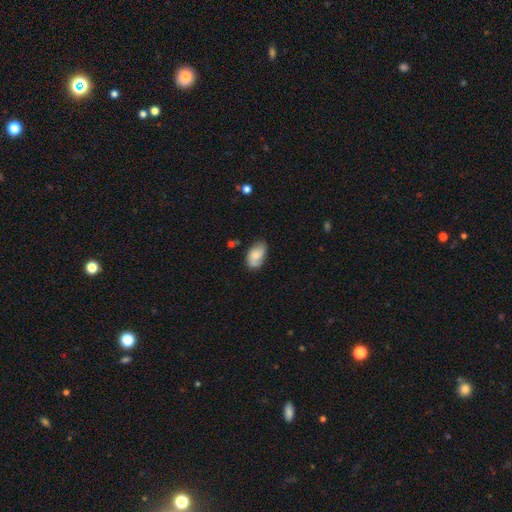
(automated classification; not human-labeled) This appears to be a smooth galaxy with no disk features (65%) that is in between round and cigar-shaped (92%). Merging: none (63%).